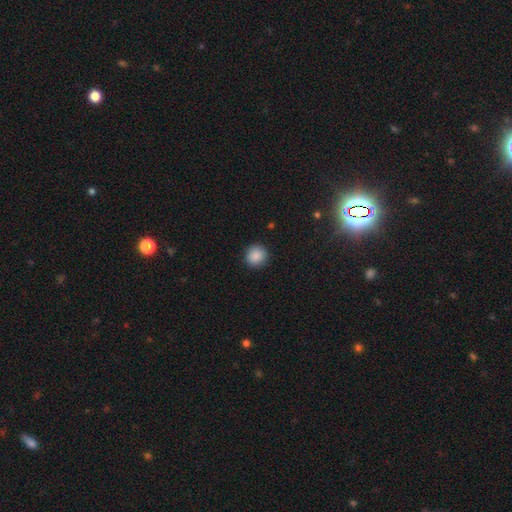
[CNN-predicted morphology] Smooth or featured? Predicted: smooth (p=0.88). How rounded? Predicted: round (p=0.90). Merging? Predicted: none (p=0.91).